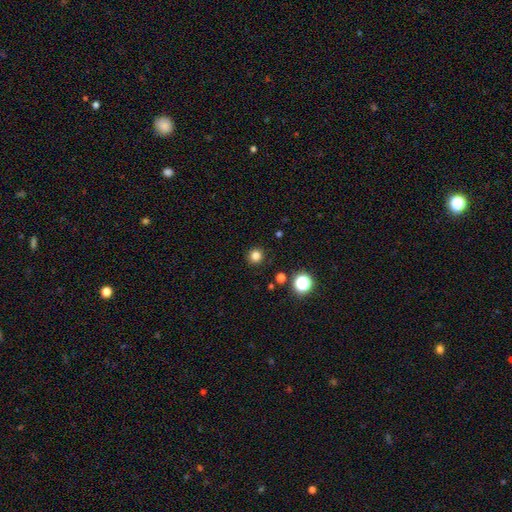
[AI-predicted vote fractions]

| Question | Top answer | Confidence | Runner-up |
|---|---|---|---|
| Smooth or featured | smooth | 81% | star or artifact (14%) |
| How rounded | round | 95% | in between (4%) |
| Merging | none | 91% | minor disturbance (5%) |